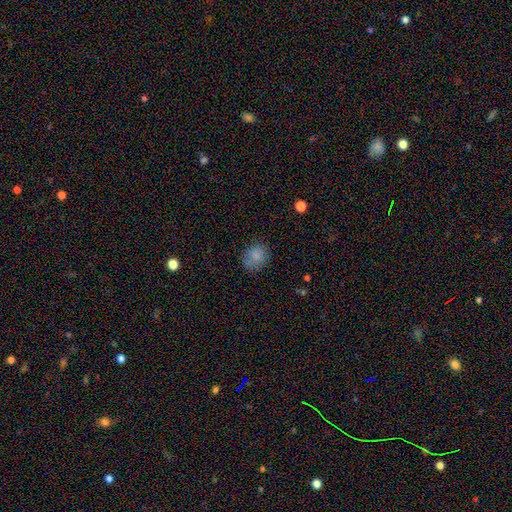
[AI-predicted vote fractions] smooth 80%, star or artifact 12%, featured or disk 8%. Down the decision tree: how rounded — round (72%); merging — none (76%).